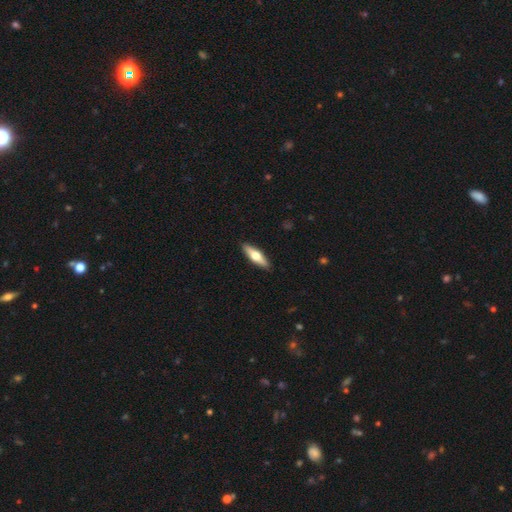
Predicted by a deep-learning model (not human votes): Q: Smooth or featured?
A: smooth (48%); runner-up: featured or disk (47%)
Q: Merging?
A: none (90%); runner-up: minor disturbance (7%)